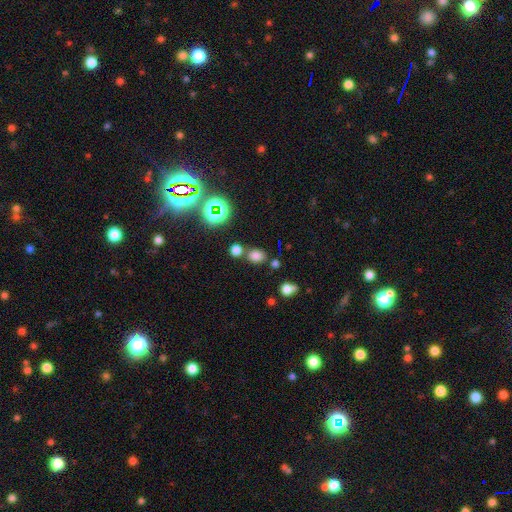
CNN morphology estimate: A smooth galaxy with no disk features (71%) that is in between round and cigar-shaped (54%).

Vote fractions:
- Smooth or featured? smooth: 71% / star or artifact: 22% / featured or disk: 6%
- How rounded? in between: 54% / round: 45% / cigar-shaped: 1%
- Merging? none: 69% / merger: 16% / minor disturbance: 11% / major disturbance: 4%